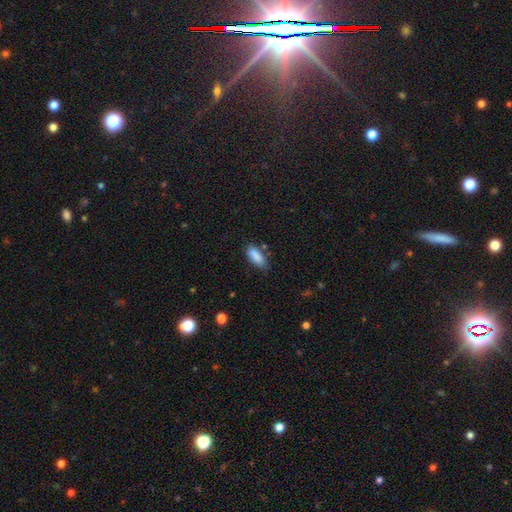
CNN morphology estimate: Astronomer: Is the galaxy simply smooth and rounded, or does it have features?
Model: smooth — 87%.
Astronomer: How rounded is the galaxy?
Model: in between — 75%.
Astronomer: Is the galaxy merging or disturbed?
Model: none — 72%.